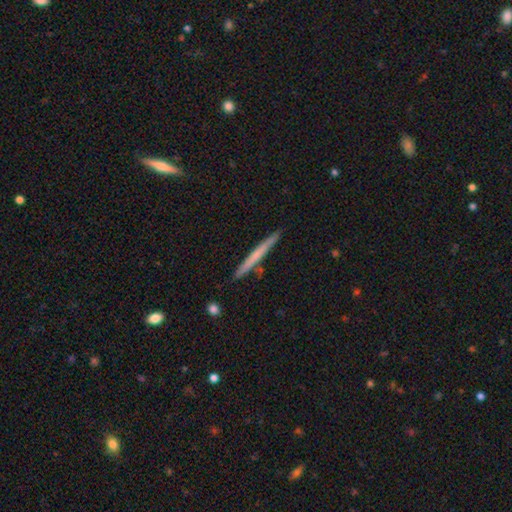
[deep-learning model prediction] The model was most divided on "smooth or featured": smooth: 53%, featured or disk: 42%, star or artifact: 5%. More confident: how rounded — cigar-shaped (97%); merging — none (89%).